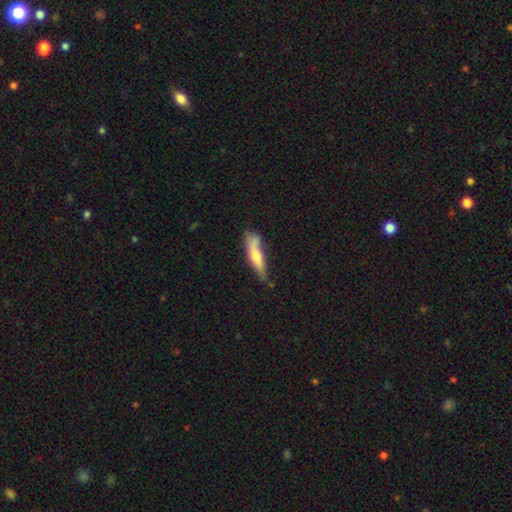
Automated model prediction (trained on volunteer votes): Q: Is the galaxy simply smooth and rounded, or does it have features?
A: smooth — 53%.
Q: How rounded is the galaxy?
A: cigar-shaped — 80%.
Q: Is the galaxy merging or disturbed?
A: none — 52%.